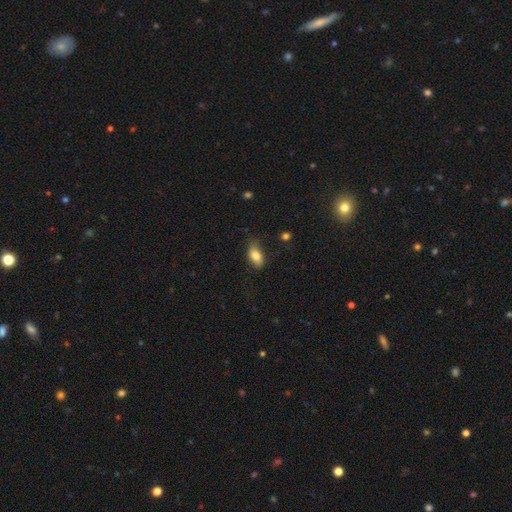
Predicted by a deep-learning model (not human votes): Smooth or featured?
  - smooth: 79% *
  - featured or disk: 13%
  - star or artifact: 8%
How rounded?
  - in between: 87% *
  - cigar-shaped: 7%
  - round: 6%
Merging?
  - none: 66% *
  - minor disturbance: 27%
  - major disturbance: 6%
  - merger: 2%